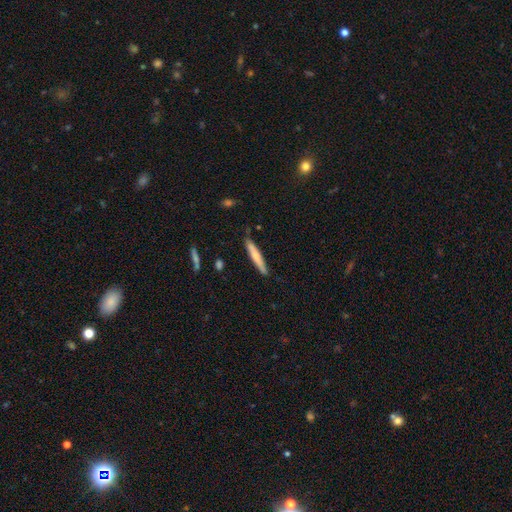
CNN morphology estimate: This is likely a smooth galaxy (63%). How rounded: clearly cigar-shaped (94%). Merging: clearly none (85%).